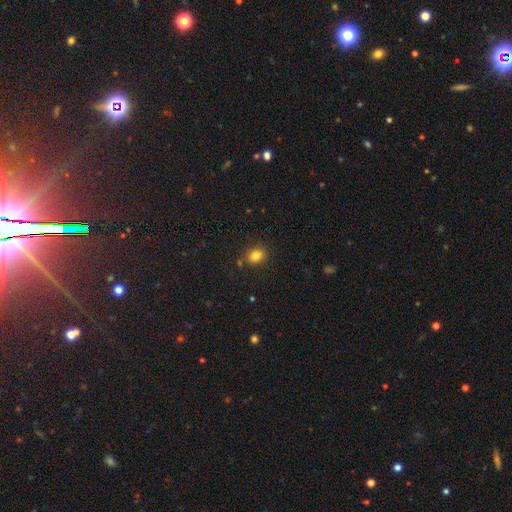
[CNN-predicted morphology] Smooth or featured: smooth — 83% (star or artifact — 11%)
How rounded: in between — 56% (round — 43%)
Merging: none — 80% (minor disturbance — 12%)